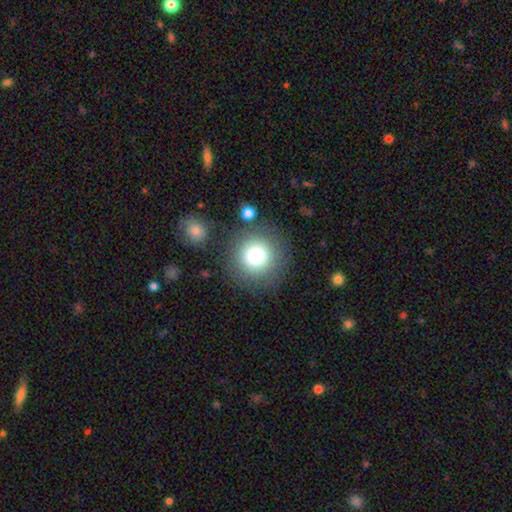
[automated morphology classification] type=smooth (78%); roundness=round (94%); merging=none (83%).